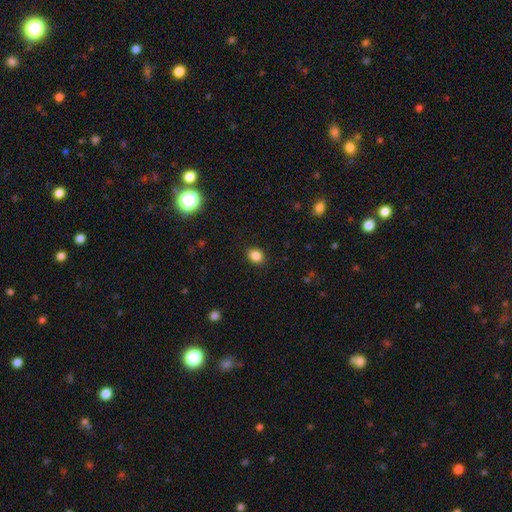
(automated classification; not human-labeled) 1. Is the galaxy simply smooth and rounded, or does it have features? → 85% smooth, 11% star or artifact, 4% featured or disk.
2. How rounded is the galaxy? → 50% round, 49% in between, 1% cigar-shaped.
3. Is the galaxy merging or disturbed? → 89% none, 7% minor disturbance, 2% major disturbance, 1% merger.